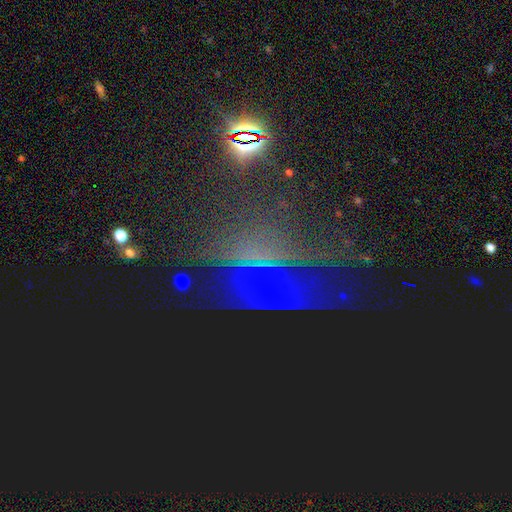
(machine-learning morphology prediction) Smooth or featured?
  - star or artifact: 53% *
  - featured or disk: 32%
  - smooth: 15%